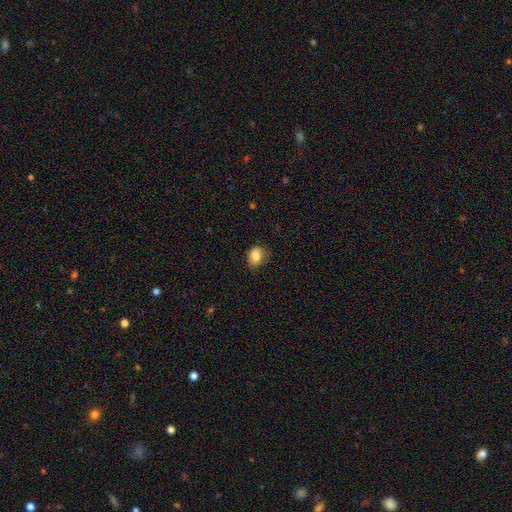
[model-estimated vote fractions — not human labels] smooth 83%, star or artifact 9%, featured or disk 7%. Down the decision tree: how rounded — in between (57%); merging — none (73%).